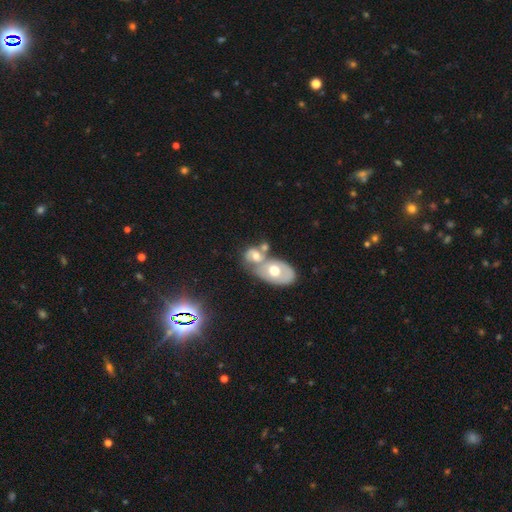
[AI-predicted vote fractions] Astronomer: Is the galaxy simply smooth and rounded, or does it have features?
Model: smooth — 47% (runner-up: featured or disk, 44%).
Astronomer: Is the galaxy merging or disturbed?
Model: merger — 64%.